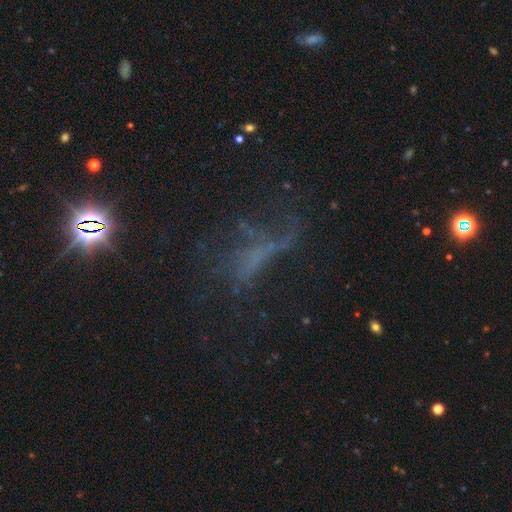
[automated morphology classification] Smooth or featured? Predicted: featured or disk (p=0.41). Merging? Predicted: none (p=0.42).